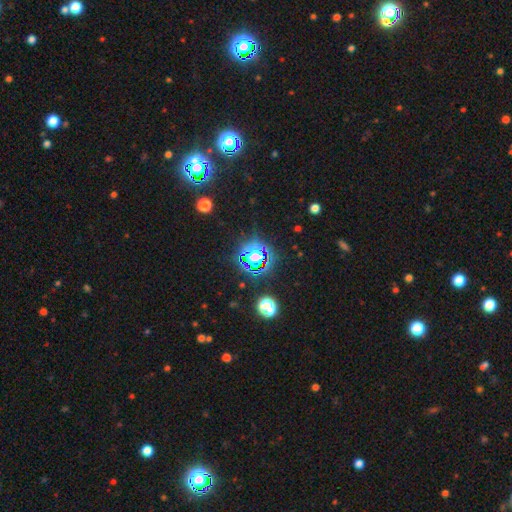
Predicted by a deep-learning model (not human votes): A star or artifact, not a galaxy (62%).

Vote fractions:
- Smooth or featured? star or artifact: 62% / smooth: 27% / featured or disk: 11%